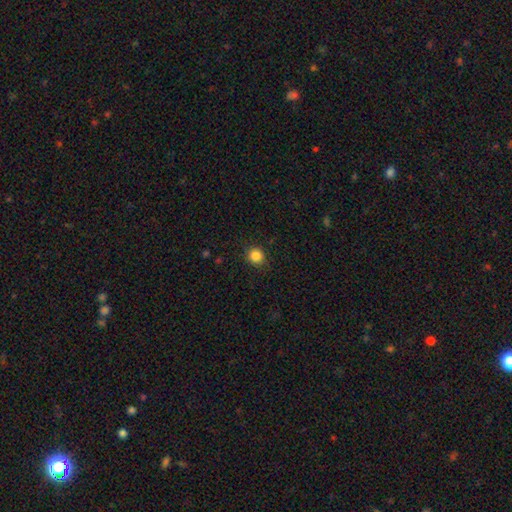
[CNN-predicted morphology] The model was most divided on "smooth or featured": smooth: 85%, star or artifact: 11%, featured or disk: 4%. More confident: how rounded — round (90%); merging — none (89%).